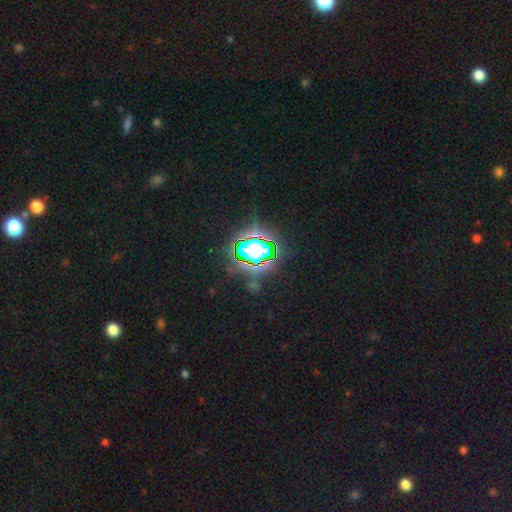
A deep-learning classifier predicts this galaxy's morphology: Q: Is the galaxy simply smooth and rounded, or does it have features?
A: star or artifact — 81%.